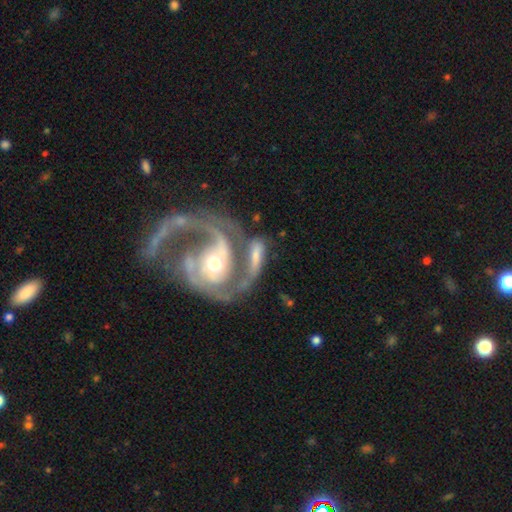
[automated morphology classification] This is likely a featured or disk galaxy (62%). It is clearly not viewed edge-on (91%). Bar: possibly no (52%). Spiral arm pattern: clearly yes (81%). Central bulge: likely moderate (66%). Merging: possibly merger (49%).